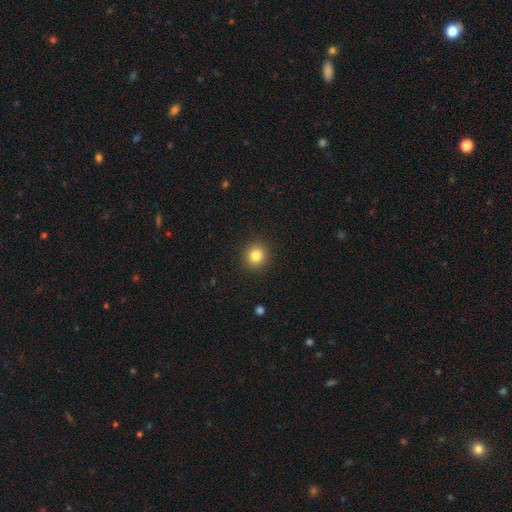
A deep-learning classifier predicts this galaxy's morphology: A smooth galaxy with no disk features (83%) that is round (91%).

Vote fractions:
- Smooth or featured? smooth: 83% / star or artifact: 11% / featured or disk: 6%
- How rounded? round: 91% / in between: 8% / cigar-shaped: 1%
- Merging? none: 91% / minor disturbance: 6% / major disturbance: 2% / merger: 1%